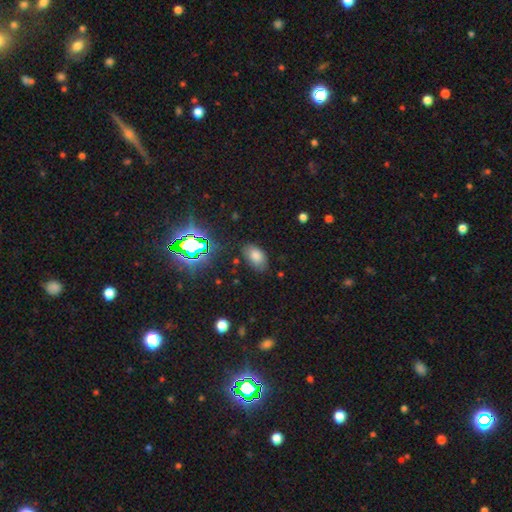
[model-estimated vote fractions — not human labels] smooth-or-featured: smooth: 70% | star or artifact: 22% | featured or disk: 9%
  how-rounded: in between: 89% | round: 9% | cigar-shaped: 1%
  merging: none: 79% | minor disturbance: 14% | major disturbance: 4% | merger: 2%